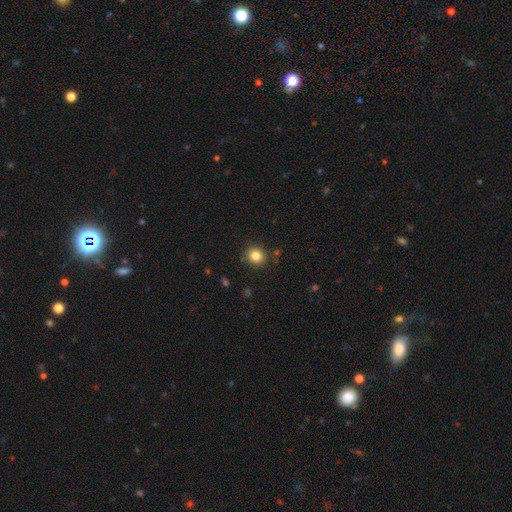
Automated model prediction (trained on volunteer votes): Smooth or featured? Predicted: smooth (p=0.83). How rounded? Predicted: round (p=0.84). Merging? Predicted: none (p=0.86).